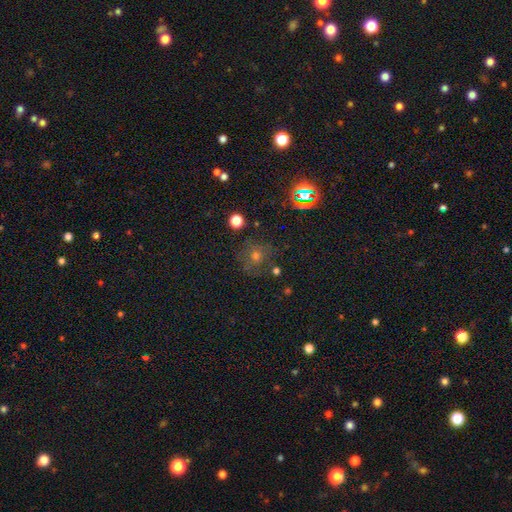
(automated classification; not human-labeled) Smooth or featured?
  - smooth: 46% *
  - star or artifact: 35%
  - featured or disk: 19%
Merging?
  - none: 72% *
  - minor disturbance: 16%
  - major disturbance: 9%
  - merger: 4%